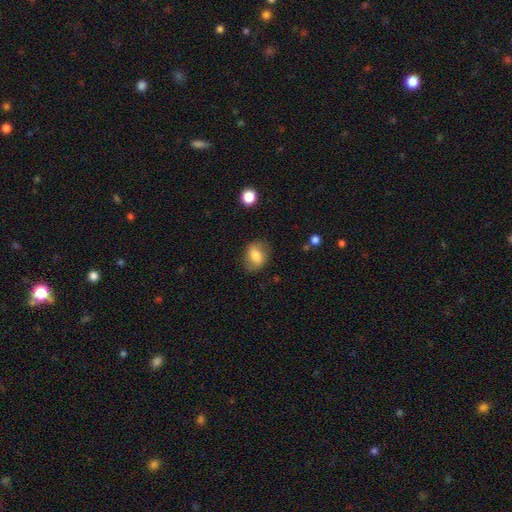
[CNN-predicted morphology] smooth_or_featured: smooth (p=0.73) [alt: featured or disk p=0.19]
how_rounded: in between (p=0.63) [alt: round p=0.35]
merging: none (p=0.75) [alt: minor disturbance p=0.18]